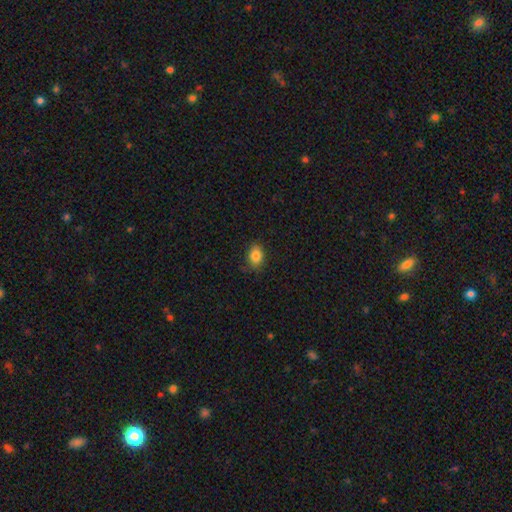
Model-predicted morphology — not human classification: Smooth or featured? smooth (84%)
How rounded? in between (74%)
Merging? none (81%)